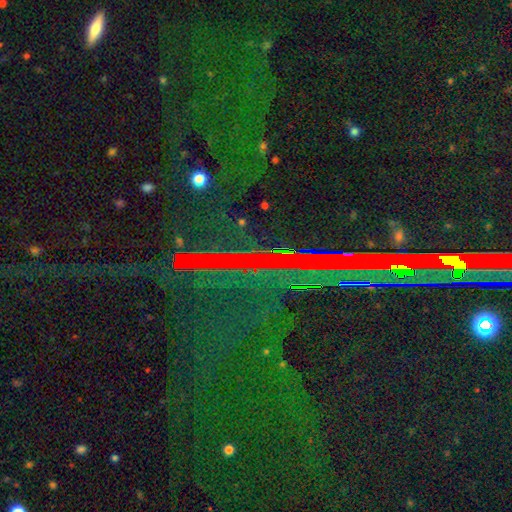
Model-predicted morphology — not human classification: A star or artifact, not a galaxy (78%).